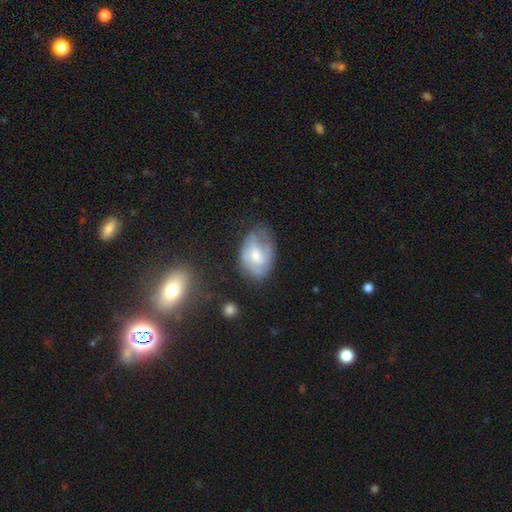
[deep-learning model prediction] Overall: featured or disk (56%; smooth 37%). Edge-on disk: no (96%). Bar: no (46%; weak 44%). Spiral arms: yes (73%). Bulge size: moderate (53%; small 34%). Merging: none (51%; minor disturbance 30%).